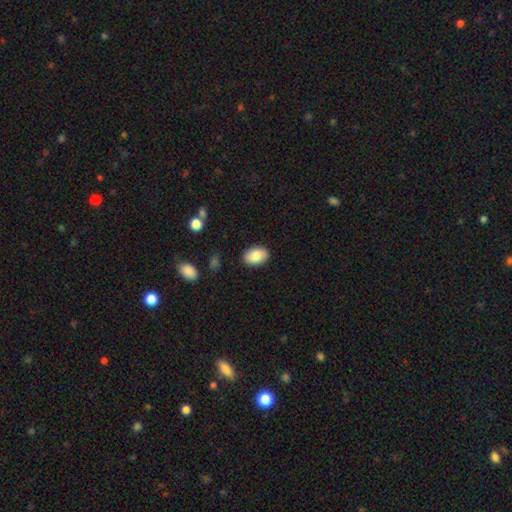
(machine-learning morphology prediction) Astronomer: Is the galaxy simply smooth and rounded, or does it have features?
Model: smooth — 85%.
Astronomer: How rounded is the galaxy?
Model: in between — 87%.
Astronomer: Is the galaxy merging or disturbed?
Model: none — 88%.